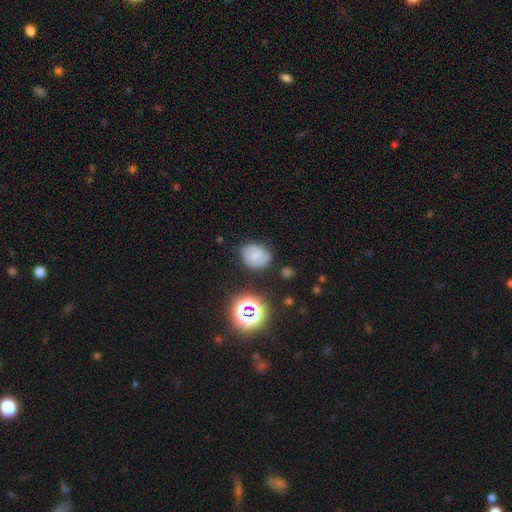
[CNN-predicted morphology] type=smooth (67%); roundness=round (53%); merging=none (76%).